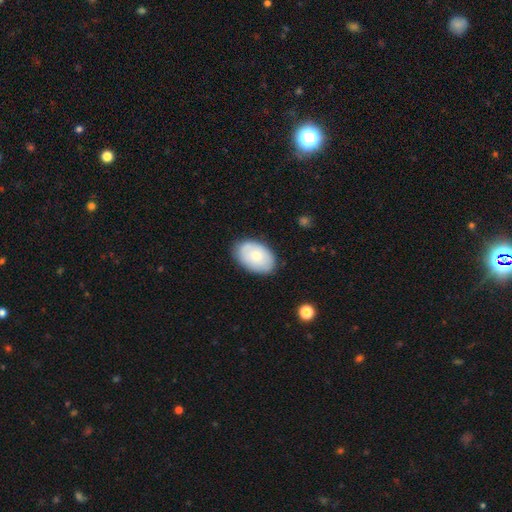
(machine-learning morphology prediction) A smooth galaxy with no disk features (69%) that is in between round and cigar-shaped (88%).

Vote fractions:
- Smooth or featured? smooth: 69% / featured or disk: 25% / star or artifact: 6%
- How rounded? in between: 88% / round: 11% / cigar-shaped: 1%
- Merging? none: 81% / minor disturbance: 14% / major disturbance: 3% / merger: 1%